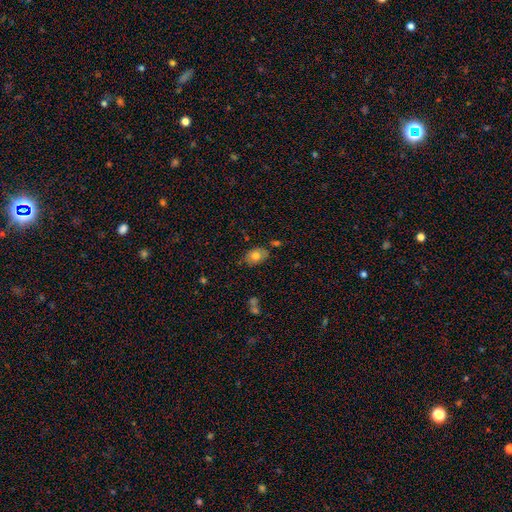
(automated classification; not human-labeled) Smooth or featured? Predicted: smooth (p=0.72). How rounded? Predicted: in between (p=0.83). Merging? Predicted: none (p=0.69).